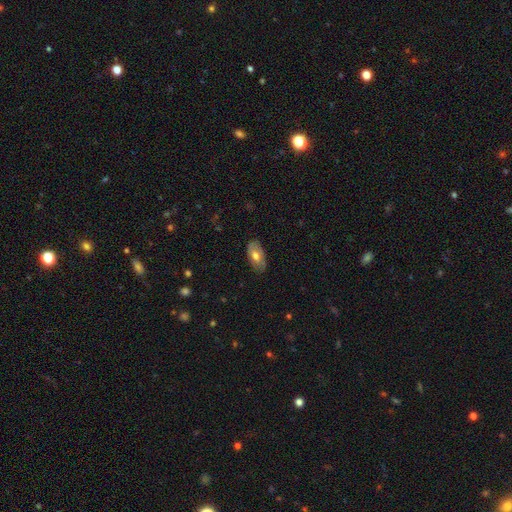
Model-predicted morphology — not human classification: A smooth galaxy with no disk features (54%) that is in between round and cigar-shaped (92%). Merging: none (77%).